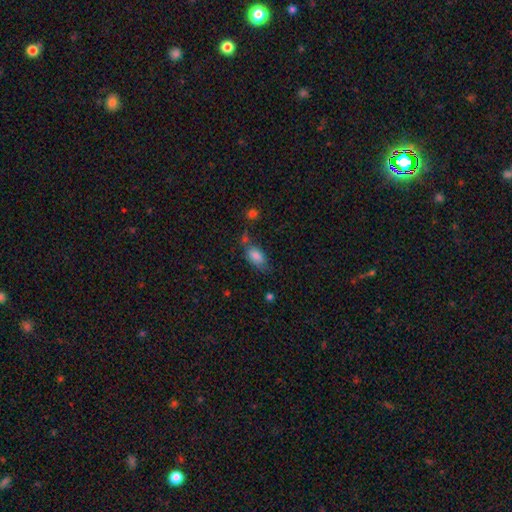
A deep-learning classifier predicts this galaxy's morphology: Overall: smooth (82%). How rounded: in between (90%). Merging: none (52%; minor disturbance 28%).